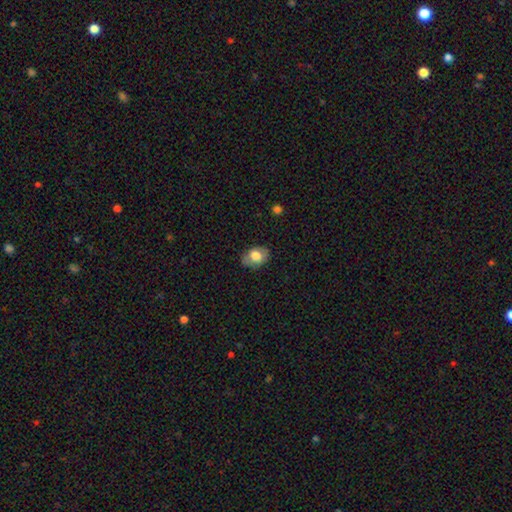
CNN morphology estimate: Q: Smooth or featured?
A: smooth (73%); runner-up: featured or disk (19%)
Q: How rounded?
A: in between (78%); runner-up: round (21%)
Q: Merging?
A: none (78%); runner-up: minor disturbance (17%)